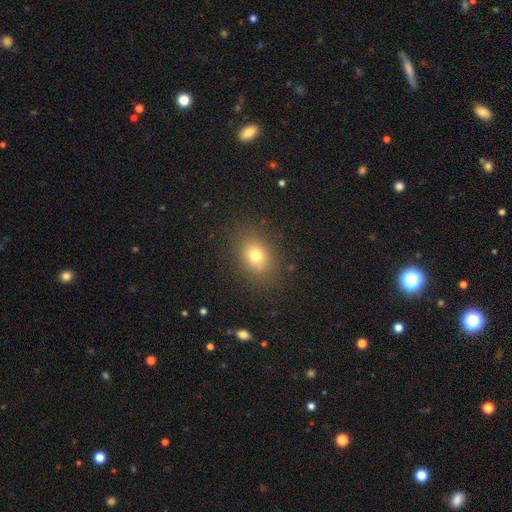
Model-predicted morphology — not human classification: Smooth or featured? Predicted: smooth (p=0.75). How rounded? Predicted: in between (p=0.59). Merging? Predicted: none (p=0.84).